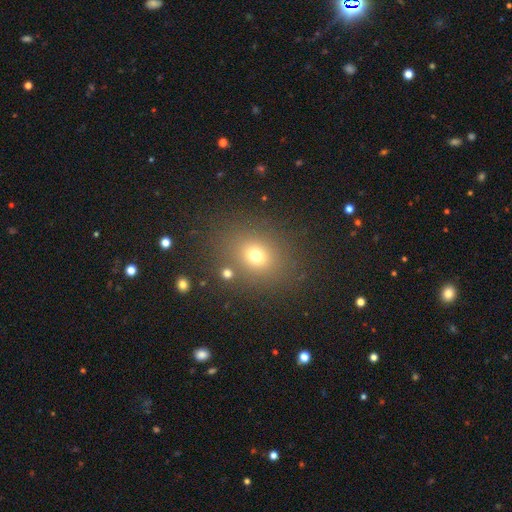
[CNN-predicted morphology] Q: Smooth or featured?
A: smooth (69%); runner-up: star or artifact (21%)
Q: How rounded?
A: round (61%); runner-up: in between (38%)
Q: Merging?
A: none (81%); runner-up: minor disturbance (9%)